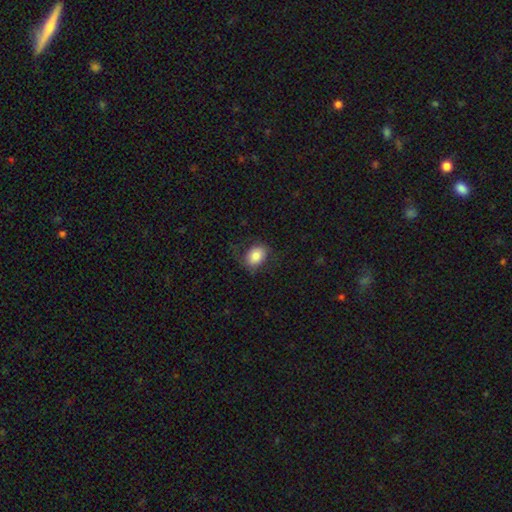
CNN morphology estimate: This appears to be a smooth galaxy with no disk features (81%) that is in between round and cigar-shaped (66%). Merging: none (69%).